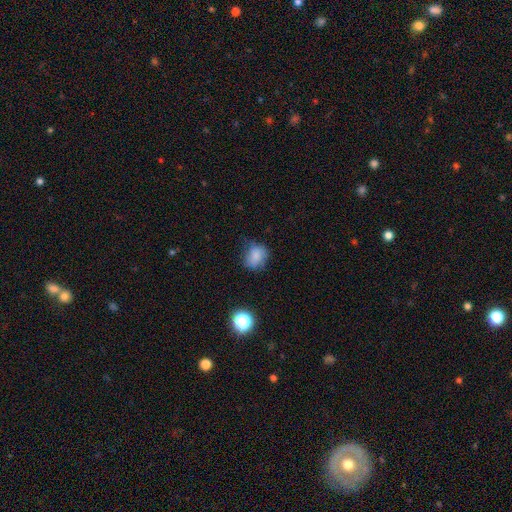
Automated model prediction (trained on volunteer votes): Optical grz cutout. It shows a smooth galaxy with no disk features (80%) that is round (58%). Merging: none (63%).